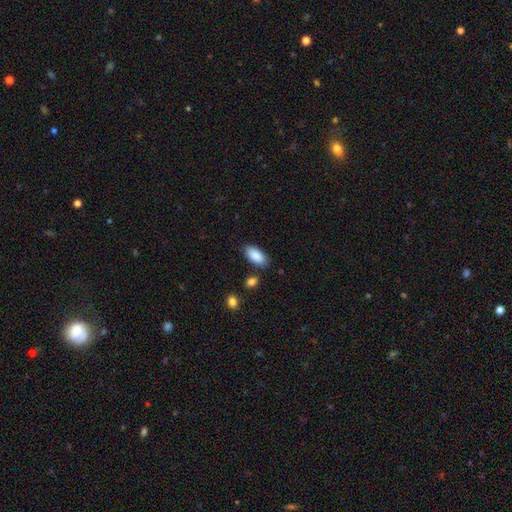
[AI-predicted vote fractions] smooth-or-featured: smooth: 89% | star or artifact: 6% | featured or disk: 4%
  how-rounded: in between: 90% | cigar-shaped: 8% | round: 2%
  merging: none: 82% | minor disturbance: 12% | merger: 4% | major disturbance: 3%